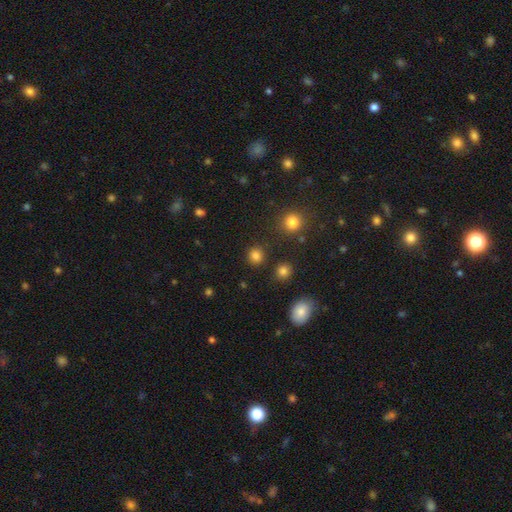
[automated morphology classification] This appears to be a smooth galaxy with no disk features (82%) that is round (88%). Merging: none (87%).